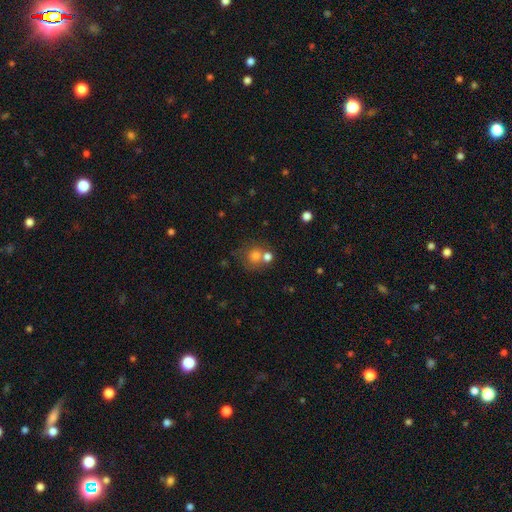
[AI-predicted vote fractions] This is likely a smooth galaxy (75%). How rounded: clearly round (84%). Merging: possibly none (51%).